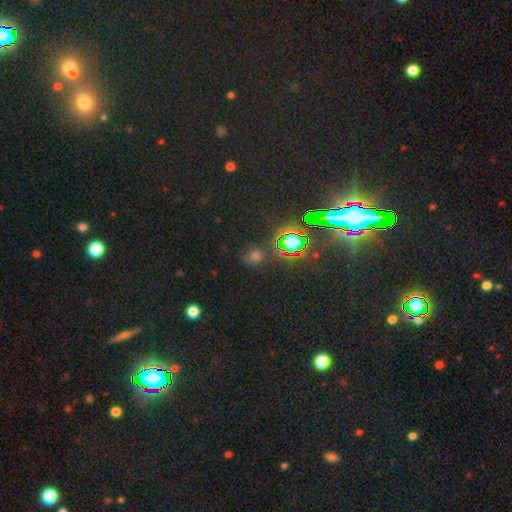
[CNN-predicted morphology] This is possibly a star or artifact rather than a galaxy (58%).